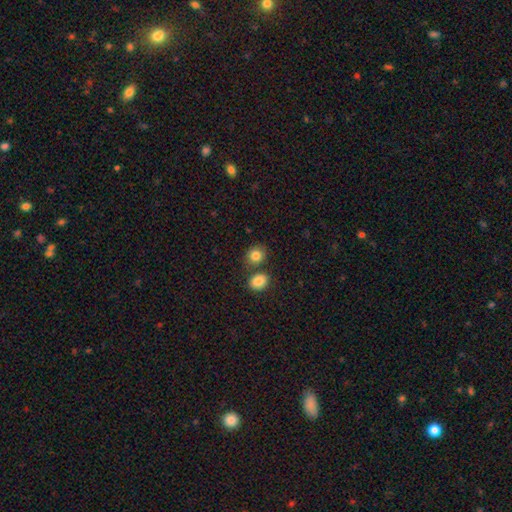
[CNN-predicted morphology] Smooth or featured: smooth — 84% (star or artifact — 10%)
How rounded: round — 68% (in between — 31%)
Merging: none — 68% (merger — 20%)